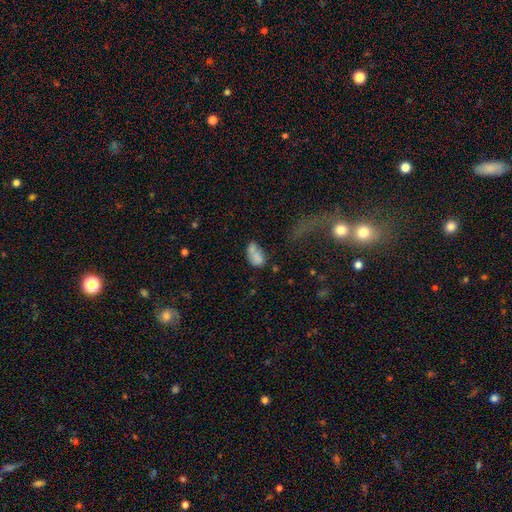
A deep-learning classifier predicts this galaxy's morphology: A smooth galaxy with no disk features (70%) that is in between round and cigar-shaped (84%).

Vote fractions:
- Smooth or featured? smooth: 70% / featured or disk: 20% / star or artifact: 10%
- How rounded? in between: 84% / round: 14% / cigar-shaped: 2%
- Merging? merger: 40% / none: 29% / minor disturbance: 18% / major disturbance: 13%